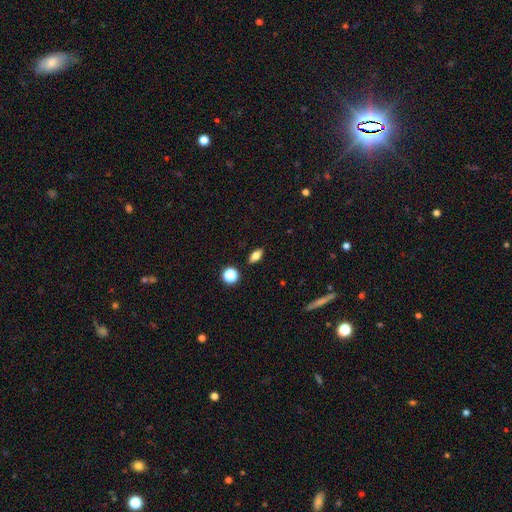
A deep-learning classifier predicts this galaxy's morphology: Smooth or featured? smooth (75%)
How rounded? in between (79%)
Merging? none (88%)